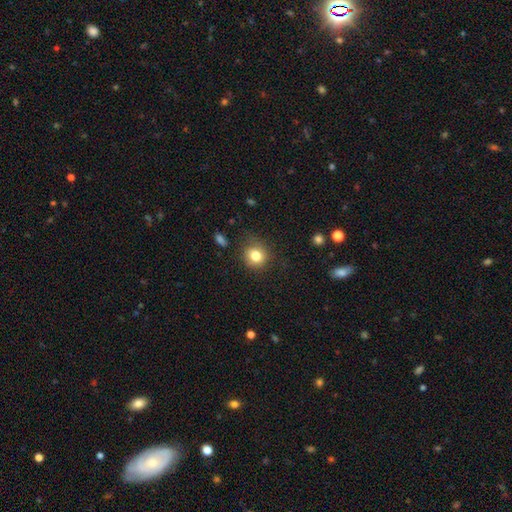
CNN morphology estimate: A smooth galaxy with no disk features (81%) that is round (82%).

Vote fractions:
- Smooth or featured? smooth: 81% / star or artifact: 11% / featured or disk: 8%
- How rounded? round: 82% / in between: 17% / cigar-shaped: 1%
- Merging? none: 77% / minor disturbance: 17% / major disturbance: 5% / merger: 2%